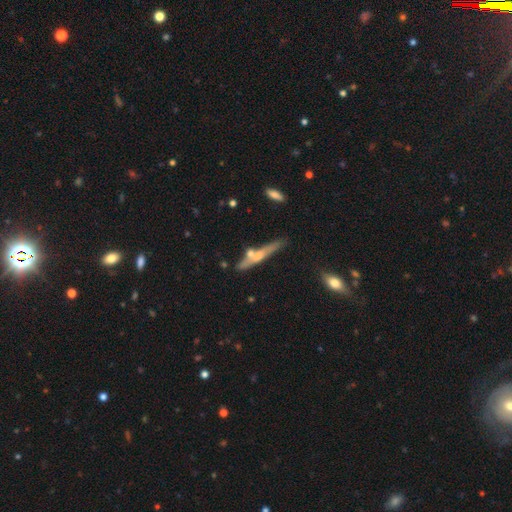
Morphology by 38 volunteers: Smooth or featured? 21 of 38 (55%) said smooth. How rounded? 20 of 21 (95%) said cigar-shaped. Merging? 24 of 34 (71%) said none.